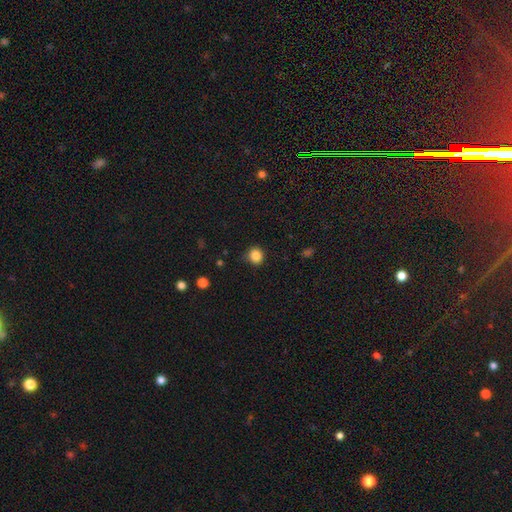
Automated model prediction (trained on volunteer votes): A smooth galaxy with no disk features (85%) that is round (86%). Merging: none (85%).